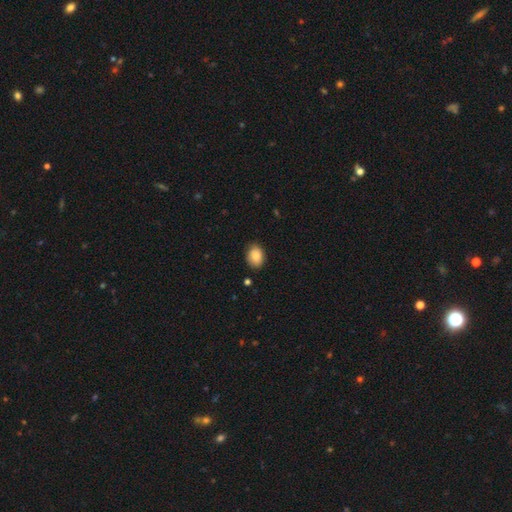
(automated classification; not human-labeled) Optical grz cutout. It shows a smooth galaxy with no disk features (87%) that is in between round and cigar-shaped (72%). Merging: none (83%).